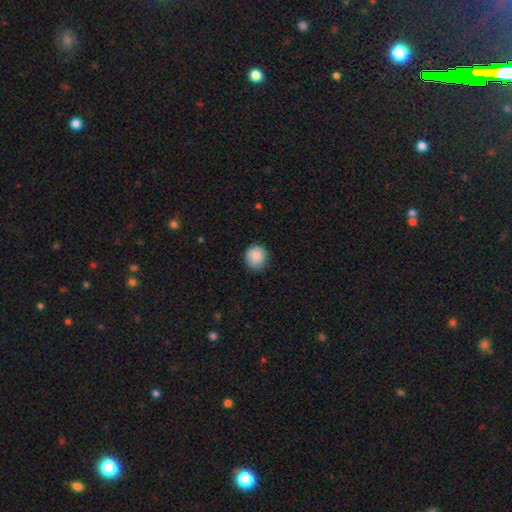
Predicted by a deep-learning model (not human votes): Smooth or featured? Predicted: smooth (p=0.88). How rounded? Predicted: round (p=0.90). Merging? Predicted: none (p=0.84).